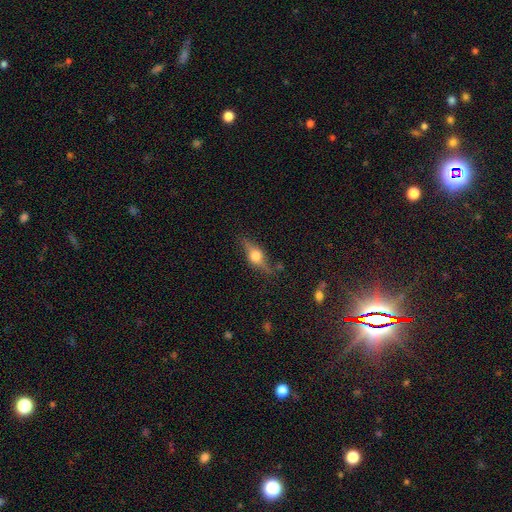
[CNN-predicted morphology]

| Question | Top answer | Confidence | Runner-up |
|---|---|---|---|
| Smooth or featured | featured or disk | 56% | smooth (36%) |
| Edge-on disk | yes | 89% | no (11%) |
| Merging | none | 77% | minor disturbance (16%) |